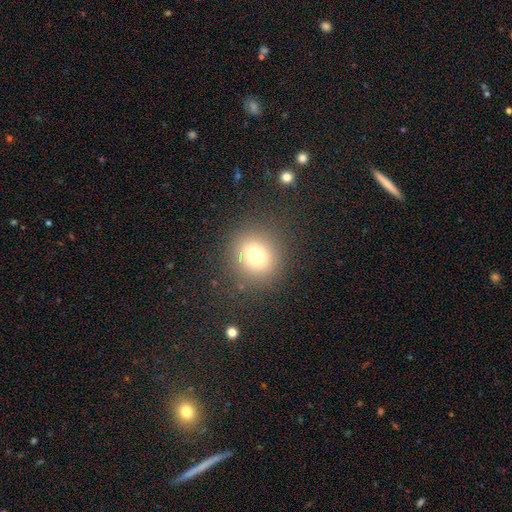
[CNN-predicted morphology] Smooth or featured? smooth (73%)
How rounded? round (90%)
Merging? none (86%)